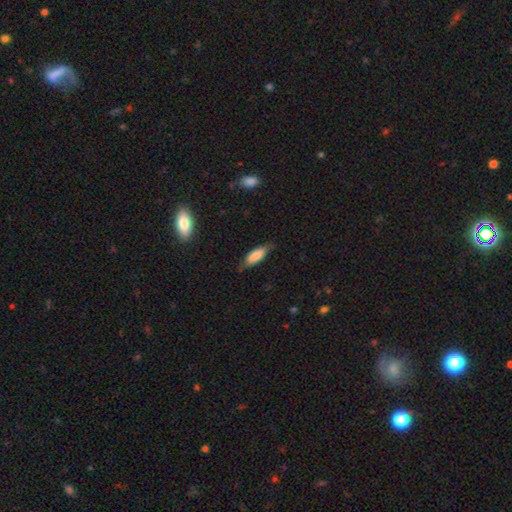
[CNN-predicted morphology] The model was most divided on "how rounded": in between: 64%, cigar-shaped: 34%, round: 2%. More confident: smooth or featured — smooth (79%); merging — none (69%).